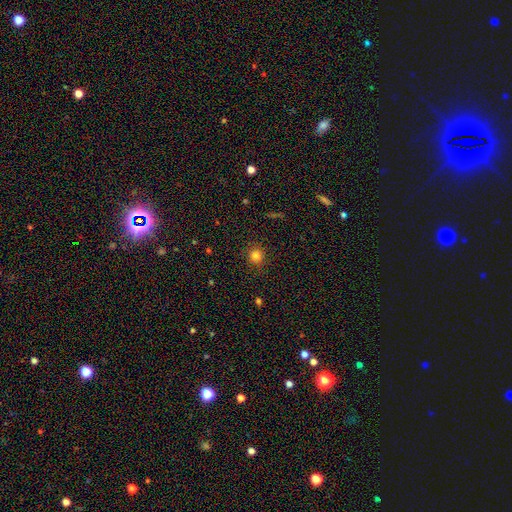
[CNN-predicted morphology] The model was most divided on "smooth or featured": smooth: 81%, star or artifact: 14%, featured or disk: 5%. More confident: how rounded — round (93%); merging — none (90%).